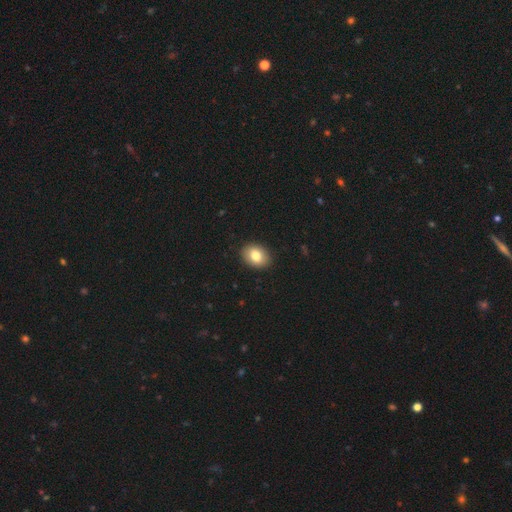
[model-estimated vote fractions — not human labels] Smooth or featured?
  - smooth: 81% *
  - featured or disk: 11%
  - star or artifact: 8%
How rounded?
  - in between: 68% *
  - round: 31%
  - cigar-shaped: 1%
Merging?
  - none: 91% *
  - minor disturbance: 7%
  - major disturbance: 2%
  - merger: 1%